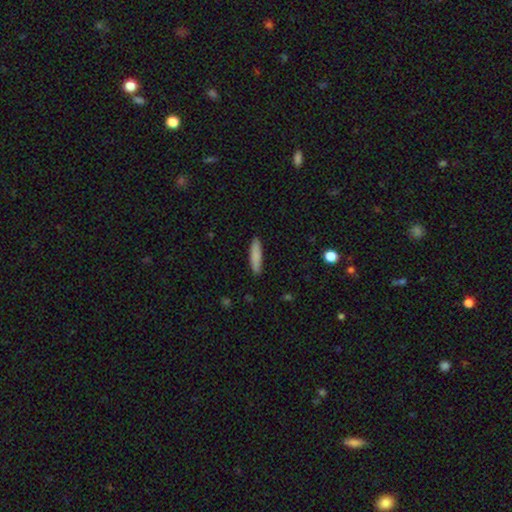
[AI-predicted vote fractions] This is clearly a smooth galaxy (85%). How rounded: clearly cigar-shaped (80%). Merging: clearly none (89%).